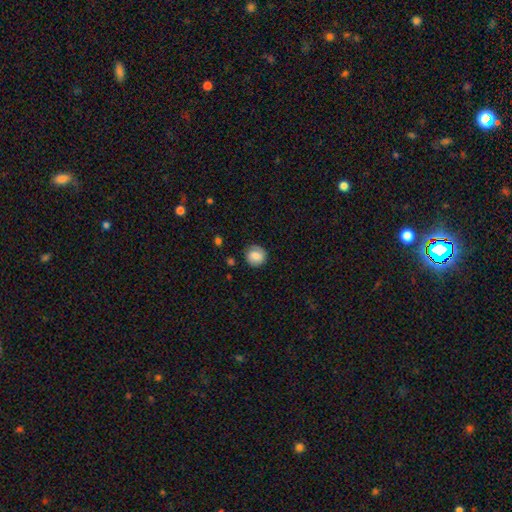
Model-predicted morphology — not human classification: type=smooth (75%); roundness=round (90%); merging=none (84%).